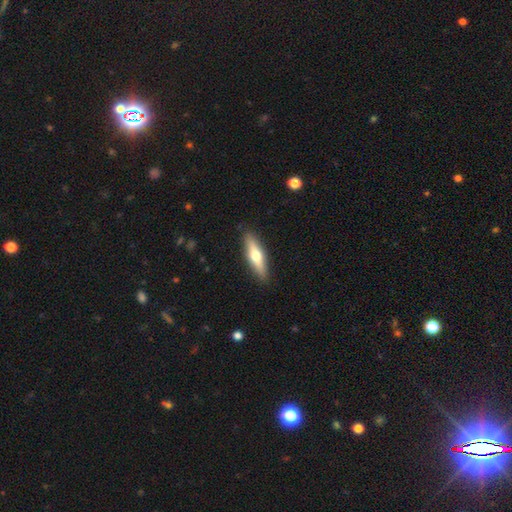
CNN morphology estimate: Smooth or featured? smooth (48%)
Merging? none (89%)